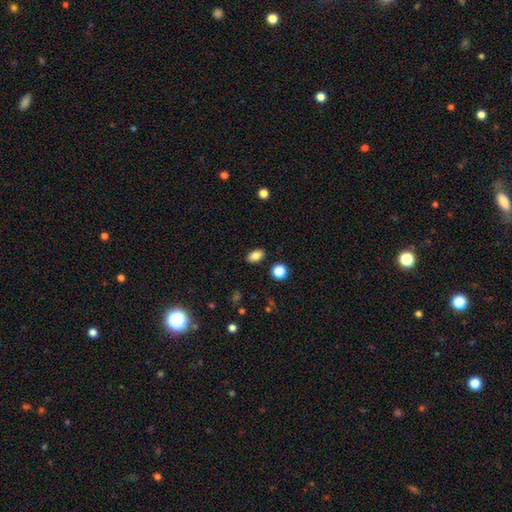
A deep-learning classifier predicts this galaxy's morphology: Overall: smooth (84%). How rounded: in between (85%). Merging: none (88%).